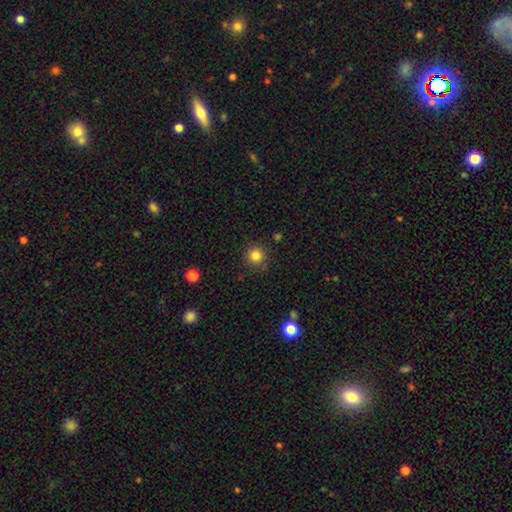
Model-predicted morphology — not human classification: Smooth or featured? Predicted: smooth (p=0.83). How rounded? Predicted: round (p=0.94). Merging? Predicted: none (p=0.87).